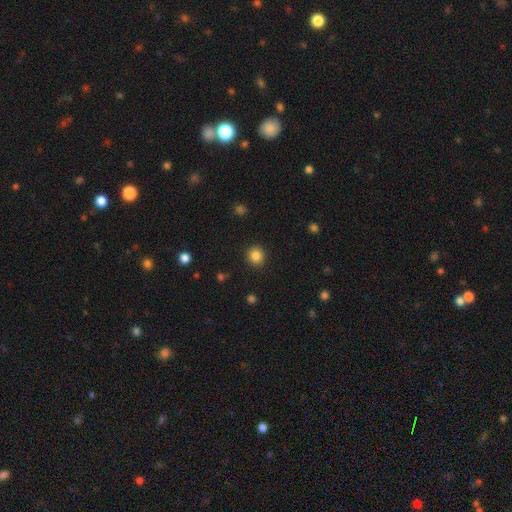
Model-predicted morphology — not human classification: The model was most divided on "smooth or featured": smooth: 85%, star or artifact: 11%, featured or disk: 4%. More confident: merging — none (91%); how rounded — round (91%).